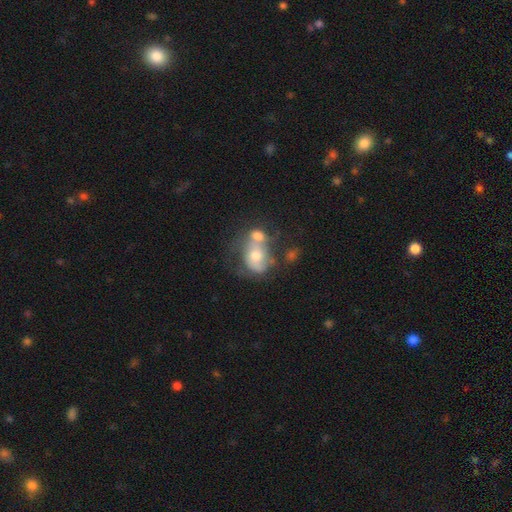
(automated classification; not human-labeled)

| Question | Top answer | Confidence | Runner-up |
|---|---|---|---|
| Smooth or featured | featured or disk | 46% | smooth (44%) |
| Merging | merger | 54% | none (22%) |